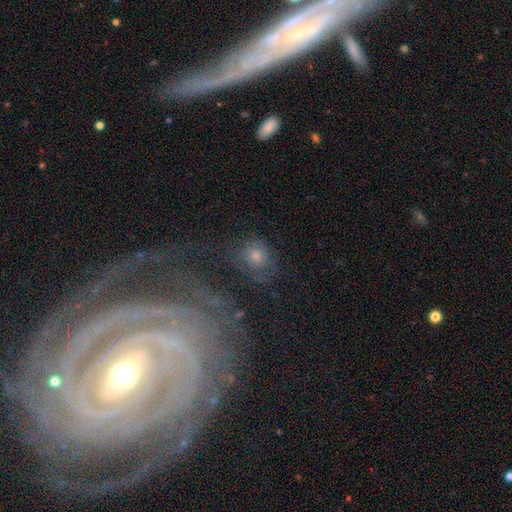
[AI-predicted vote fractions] smooth_or_featured: smooth (p=0.41) [alt: featured or disk p=0.40]
merging: none (p=0.69) [alt: minor disturbance p=0.16]